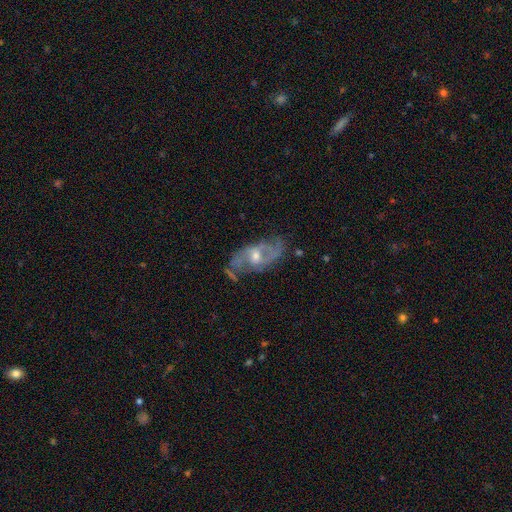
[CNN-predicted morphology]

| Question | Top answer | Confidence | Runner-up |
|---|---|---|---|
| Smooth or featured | featured or disk | 81% | smooth (10%) |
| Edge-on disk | no | 92% | yes (8%) |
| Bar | no | 46% | weak (42%) |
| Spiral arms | yes | 91% | no (9%) |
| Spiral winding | medium | 50% | tight (26%) |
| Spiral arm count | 2 | 71% | can't tell (15%) |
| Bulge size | moderate | 63% | small (29%) |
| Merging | none | 72% | minor disturbance (18%) |